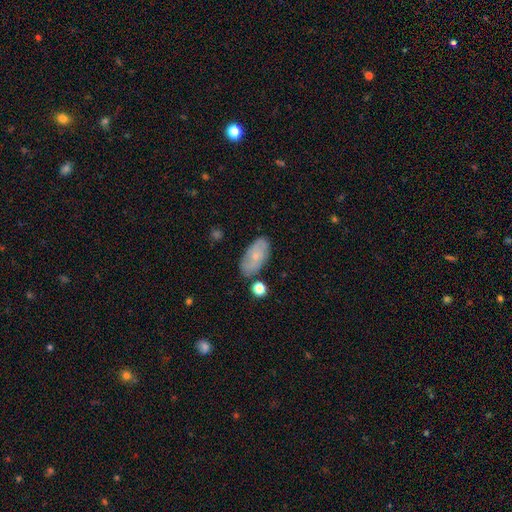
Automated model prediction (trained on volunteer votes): This appears to be a smooth galaxy with no disk features (57%) that is in between round and cigar-shaped (91%). Merging: none (73%).